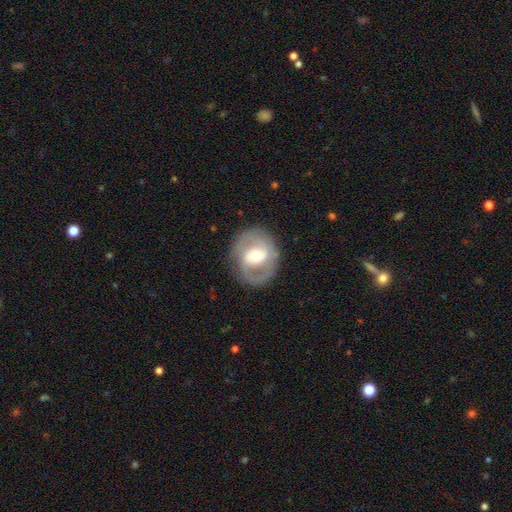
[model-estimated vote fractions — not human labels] This appears to be a featured or disk galaxy (76%) with a weak bar (46%), 2 (81%) medium (46%) spiral arms (83%) and a moderate central bulge (67%). Merging: none (80%).